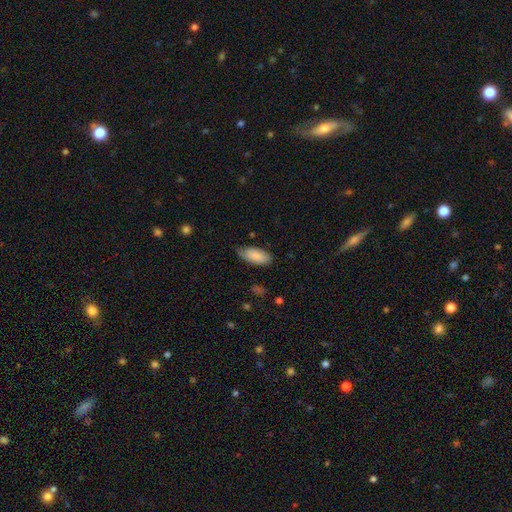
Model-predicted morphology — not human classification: This is clearly a smooth galaxy (86%). How rounded: clearly in between (89%). Merging: likely none (66%).